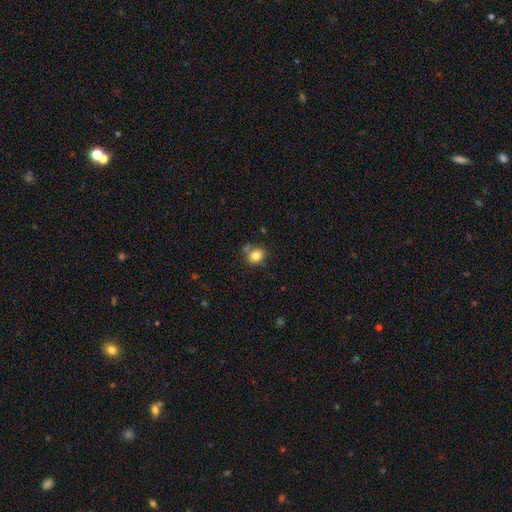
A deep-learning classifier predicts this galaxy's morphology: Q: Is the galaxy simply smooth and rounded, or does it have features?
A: smooth — 82%.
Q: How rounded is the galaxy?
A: round — 65%.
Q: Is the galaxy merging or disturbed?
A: none — 66%.